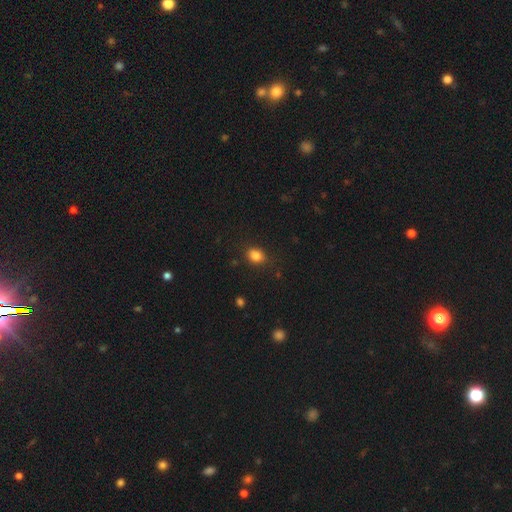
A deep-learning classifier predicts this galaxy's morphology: smooth_or_featured: smooth (p=0.84) [alt: star or artifact p=0.11]
how_rounded: in between (p=0.55) [alt: round p=0.44]
merging: none (p=0.82) [alt: minor disturbance p=0.13]